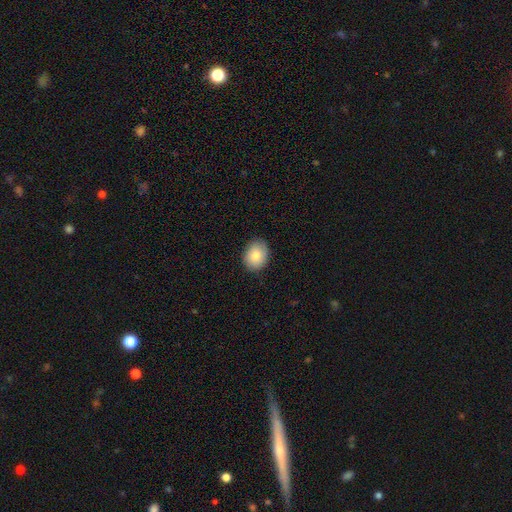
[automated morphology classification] type=smooth (82%); roundness=in between (56%); merging=none (85%).